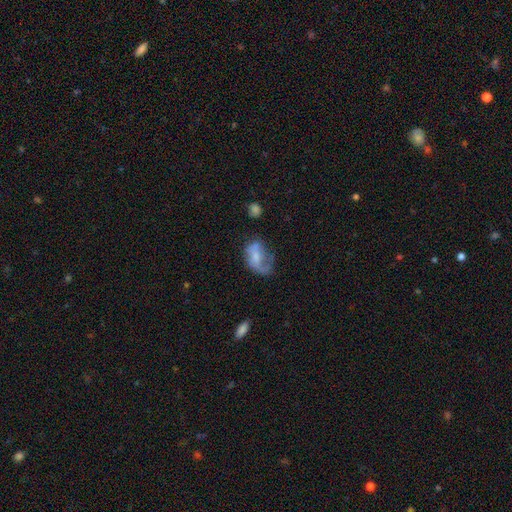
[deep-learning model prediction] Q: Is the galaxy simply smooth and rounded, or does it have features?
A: smooth — 46%.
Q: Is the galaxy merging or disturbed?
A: major disturbance — 37%.